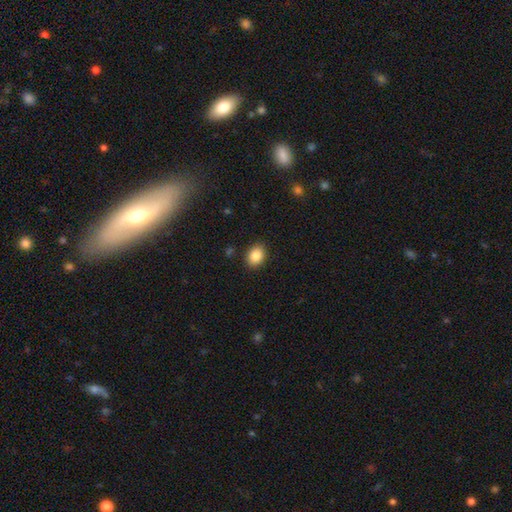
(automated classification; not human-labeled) Morphology: type=smooth (87%); roundness=in between (65%); merging=none (88%).